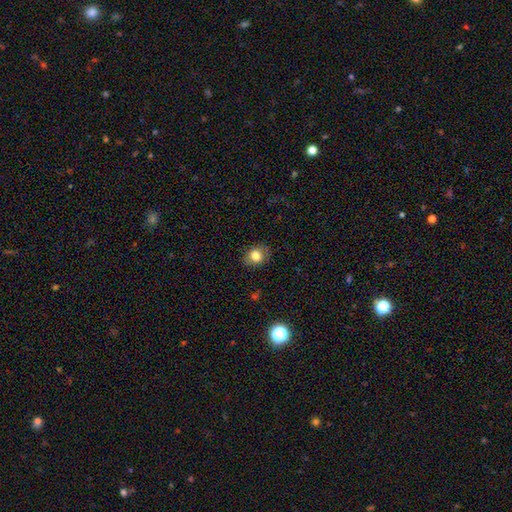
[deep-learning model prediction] smooth_or_featured: smooth (p=0.80) [alt: star or artifact p=0.10]
how_rounded: round (p=0.57) [alt: in between p=0.42]
merging: none (p=0.82) [alt: minor disturbance p=0.13]